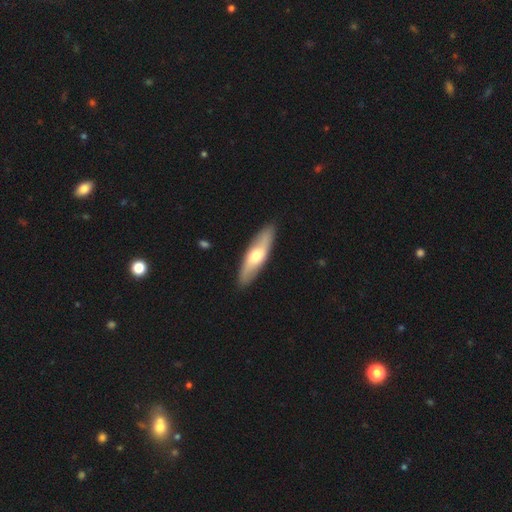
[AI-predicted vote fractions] Overall: smooth (48%; featured or disk 47%). Merging: none (89%).